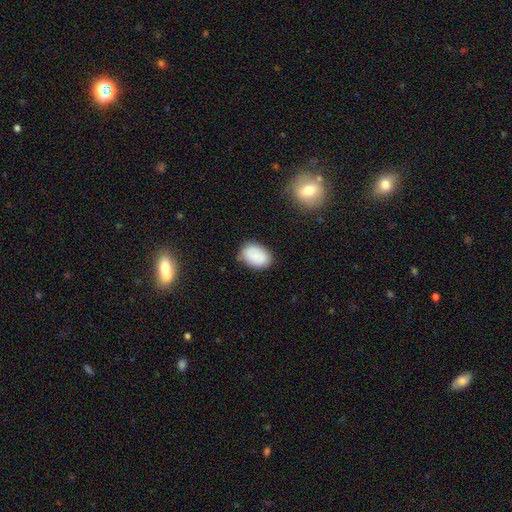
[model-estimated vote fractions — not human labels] Smooth or featured?
  - smooth: 82% *
  - featured or disk: 10%
  - star or artifact: 8%
How rounded?
  - in between: 86% *
  - round: 13%
  - cigar-shaped: 1%
Merging?
  - none: 75% *
  - minor disturbance: 18%
  - major disturbance: 4%
  - merger: 3%